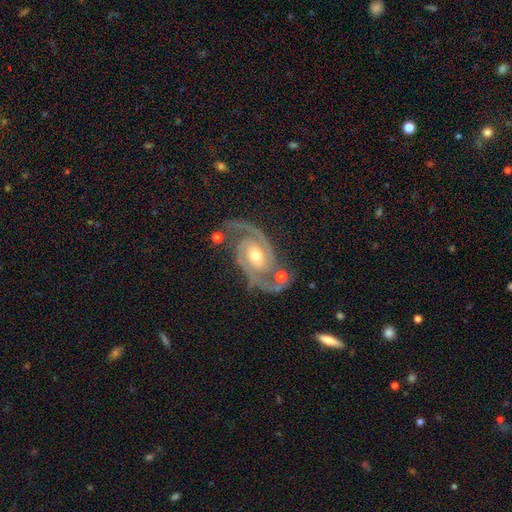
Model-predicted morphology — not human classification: type=featured or disk (93%); edge-on=no (97%); bar=no (56%); spiral arms=yes (98%); winding=medium (49%); arm count=2 (93%); bulge=moderate (67%); merging=none (69%).